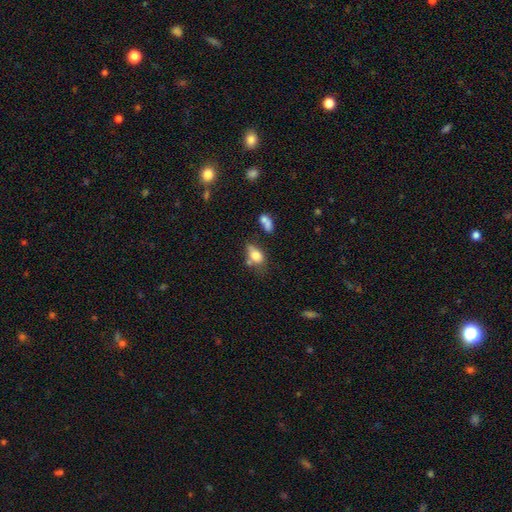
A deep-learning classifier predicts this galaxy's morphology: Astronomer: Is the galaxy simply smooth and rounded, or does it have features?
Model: smooth — 76%.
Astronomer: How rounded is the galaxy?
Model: in between — 72%.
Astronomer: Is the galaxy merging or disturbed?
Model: none — 41% (runner-up: minor disturbance, 25%).